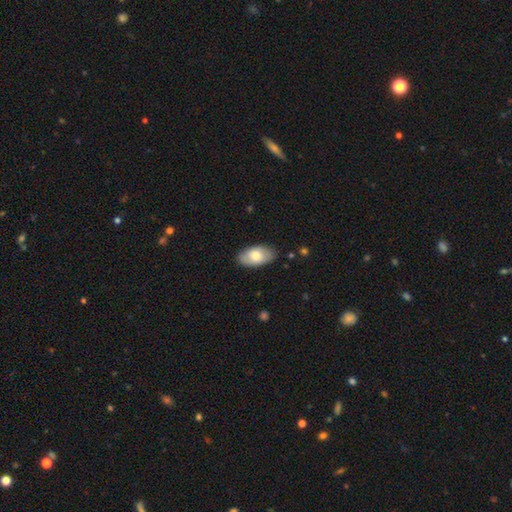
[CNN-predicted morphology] smooth-or-featured: smooth: 69% | featured or disk: 25% | star or artifact: 6%
  how-rounded: in between: 94% | round: 4% | cigar-shaped: 2%
  merging: none: 83% | minor disturbance: 13% | major disturbance: 2% | merger: 1%